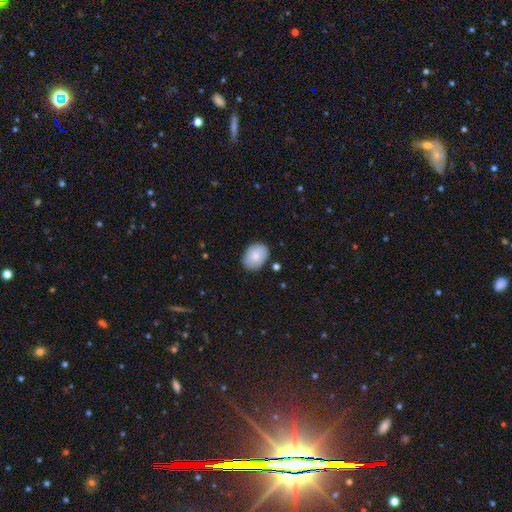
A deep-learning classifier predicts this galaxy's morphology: Smooth or featured? Predicted: smooth (p=0.77). How rounded? Predicted: in between (p=0.67). Merging? Predicted: none (p=0.82).